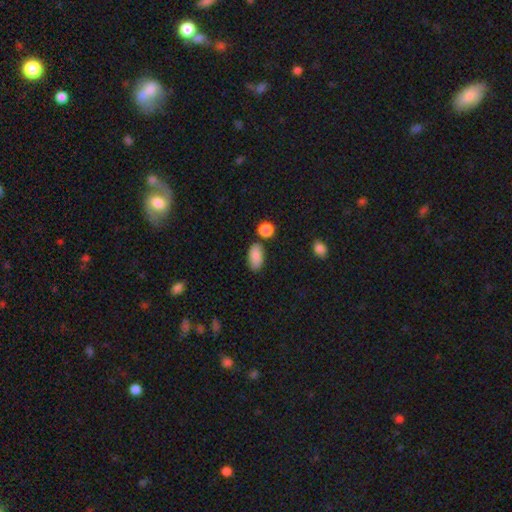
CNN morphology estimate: type=smooth (87%); roundness=in between (92%); merging=none (75%).